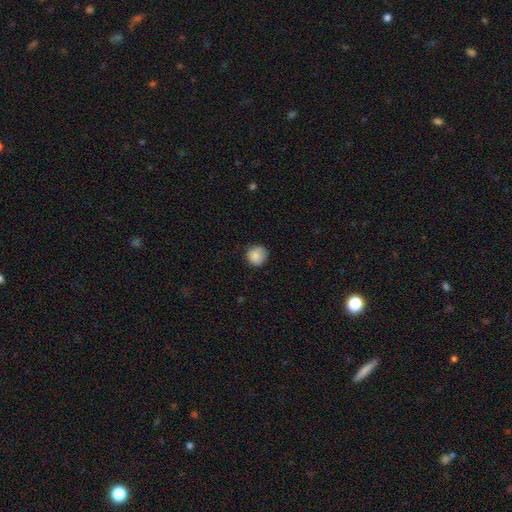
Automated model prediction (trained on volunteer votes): Smooth or featured? Predicted: smooth (p=0.86). How rounded? Predicted: round (p=0.91). Merging? Predicted: none (p=0.80).